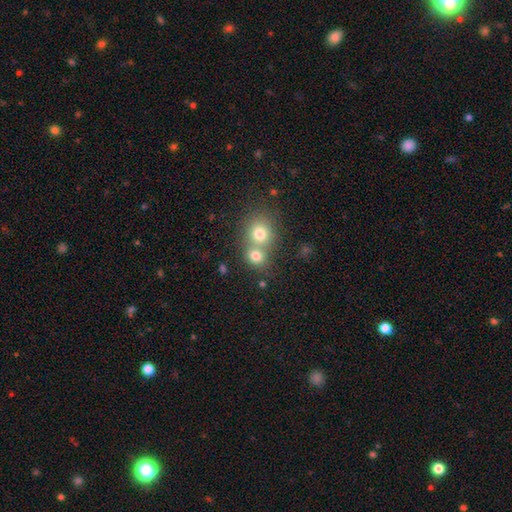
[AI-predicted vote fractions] The model was most divided on "merging": merger: 54%, none: 37%, minor disturbance: 6%, major disturbance: 3%. More confident: smooth or featured — smooth (77%); how rounded — round (75%).